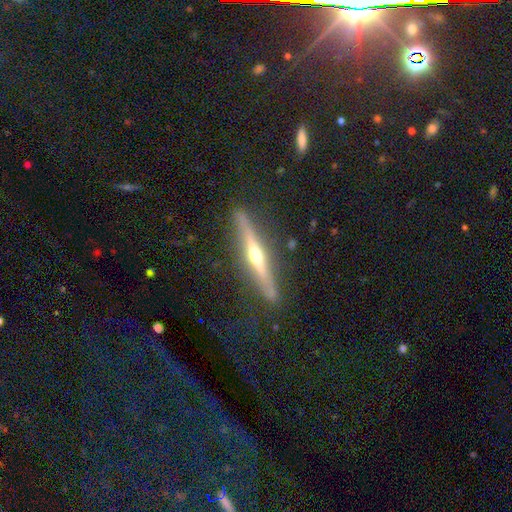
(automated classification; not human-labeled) Smooth or featured: featured or disk — 77% (smooth — 17%)
Edge-on disk: yes — 97% (no — 3%)
Edge-on bulge: rounded — 89% (none — 7%)
Merging: none — 86% (minor disturbance — 10%)